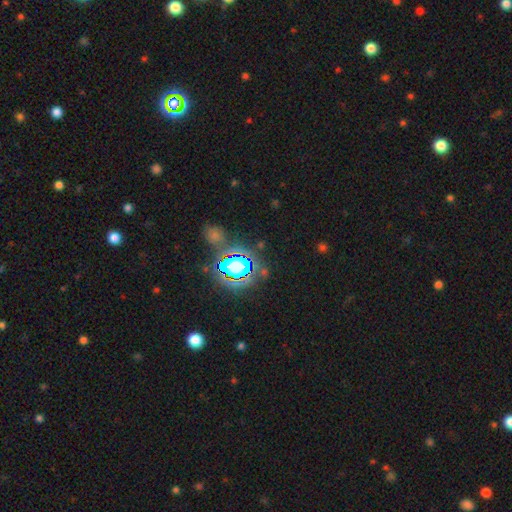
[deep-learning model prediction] Smooth or featured? Predicted: star or artifact (p=0.80).